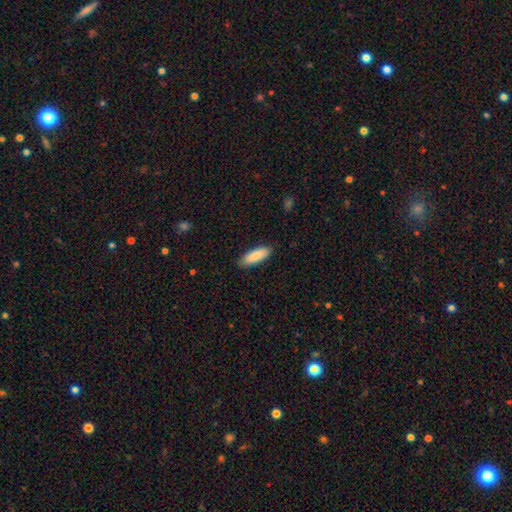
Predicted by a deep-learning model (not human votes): smooth_or_featured: smooth (p=0.87) [alt: featured or disk p=0.08]
how_rounded: in between (p=0.64) [alt: cigar-shaped p=0.34]
merging: none (p=0.88) [alt: minor disturbance p=0.09]